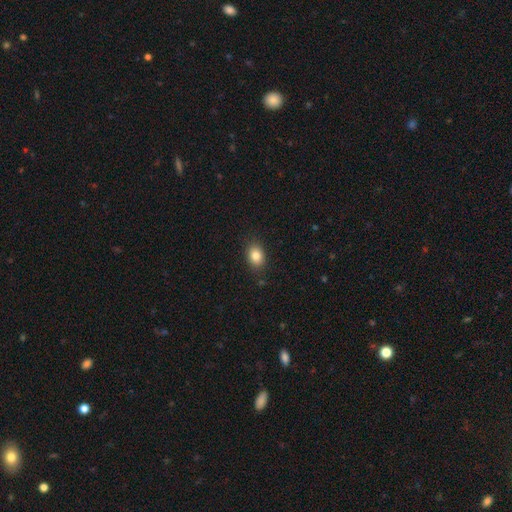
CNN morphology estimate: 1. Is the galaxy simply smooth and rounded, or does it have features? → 83% smooth, 9% star or artifact, 8% featured or disk.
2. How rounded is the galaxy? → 76% in between, 23% round, 1% cigar-shaped.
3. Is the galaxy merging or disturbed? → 86% none, 11% minor disturbance, 2% major disturbance, 1% merger.